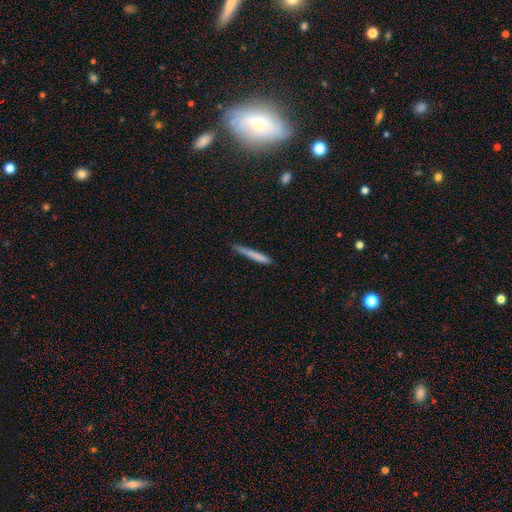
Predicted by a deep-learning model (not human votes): smooth-or-featured: smooth: 76% | featured or disk: 18% | star or artifact: 6%
  how-rounded: cigar-shaped: 96% | in between: 3% | round: 1%
  merging: none: 74% | minor disturbance: 20% | major disturbance: 4% | merger: 2%